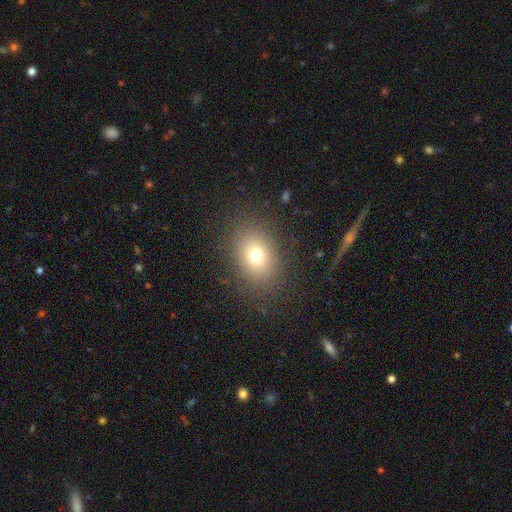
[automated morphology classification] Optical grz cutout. It shows a smooth galaxy with no disk features (73%) that is in between round and cigar-shaped (57%). Merging: none (84%).